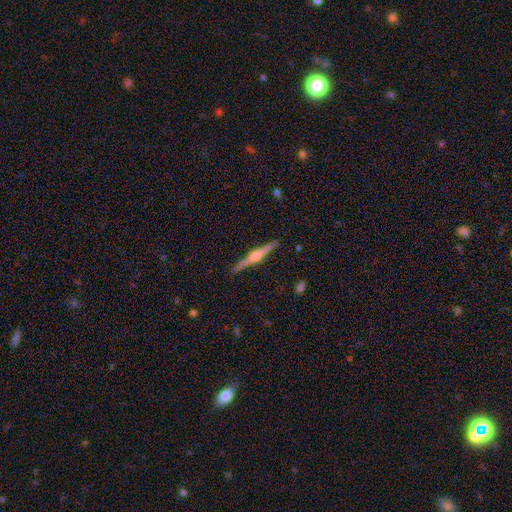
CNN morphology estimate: Overall: featured or disk (79%). Edge-on disk: yes (98%). Edge-on bulge: rounded (82%). Merging: none (91%).